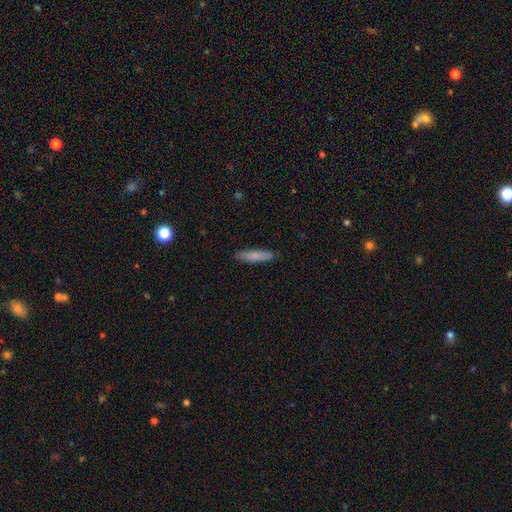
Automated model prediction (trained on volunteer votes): smooth_or_featured: smooth (p=0.78) [alt: featured or disk p=0.17]
how_rounded: cigar-shaped (p=0.82) [alt: in between p=0.17]
merging: none (p=0.88) [alt: minor disturbance p=0.09]